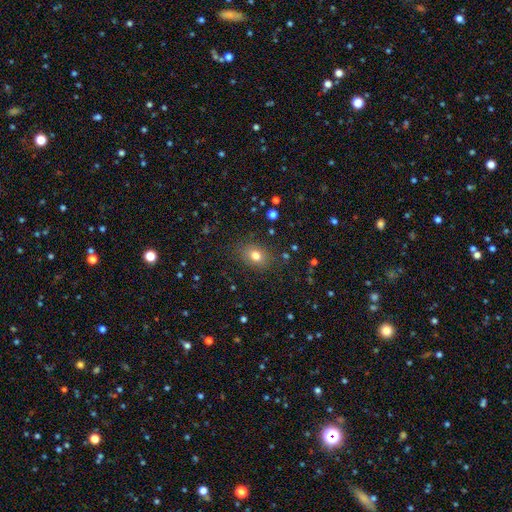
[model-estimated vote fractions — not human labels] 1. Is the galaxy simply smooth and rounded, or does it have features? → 79% smooth, 12% star or artifact, 9% featured or disk.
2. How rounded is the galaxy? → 60% in between, 39% round, 1% cigar-shaped.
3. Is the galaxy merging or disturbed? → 84% none, 11% minor disturbance, 4% major disturbance, 1% merger.